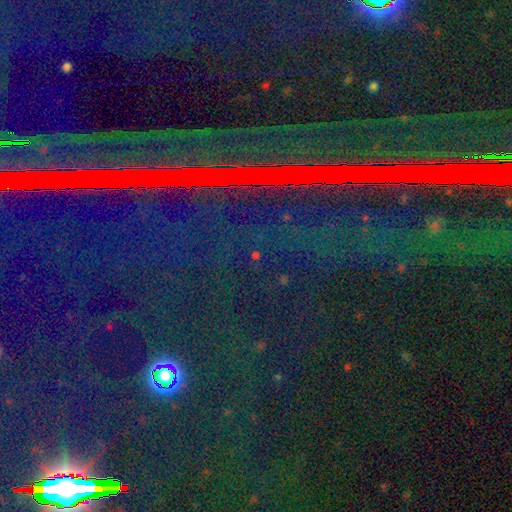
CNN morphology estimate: A star or artifact, not a galaxy (79%).

Vote fractions:
- Smooth or featured? star or artifact: 79% / smooth: 12% / featured or disk: 9%